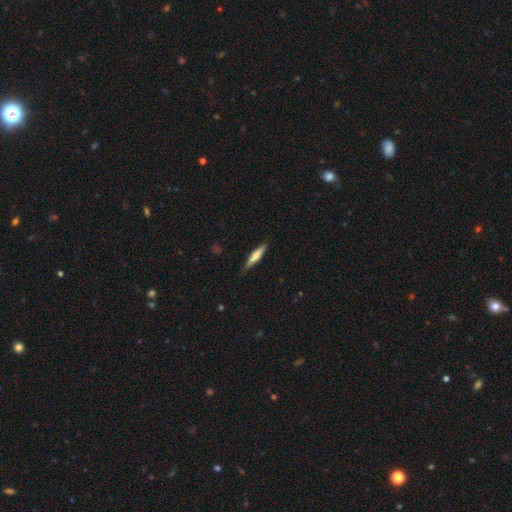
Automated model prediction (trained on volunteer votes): A smooth galaxy with no disk features (51%) that is cigar-shaped (86%). Merging: none (83%).